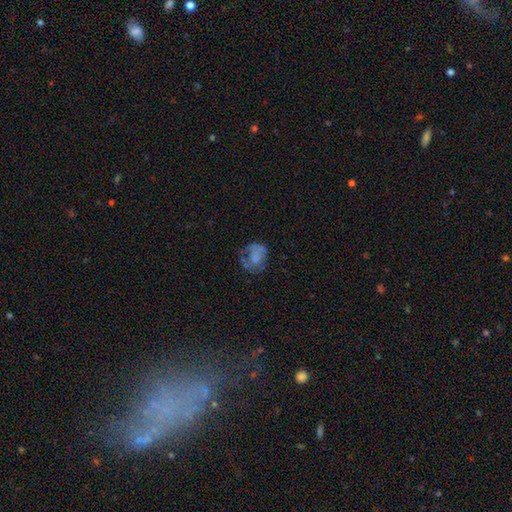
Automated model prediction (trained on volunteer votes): Smooth or featured?
  - smooth: 51% *
  - featured or disk: 37%
  - star or artifact: 12%
How rounded?
  - round: 55% *
  - in between: 44%
  - cigar-shaped: 1%
Merging?
  - none: 39% *
  - major disturbance: 29%
  - minor disturbance: 25%
  - merger: 6%